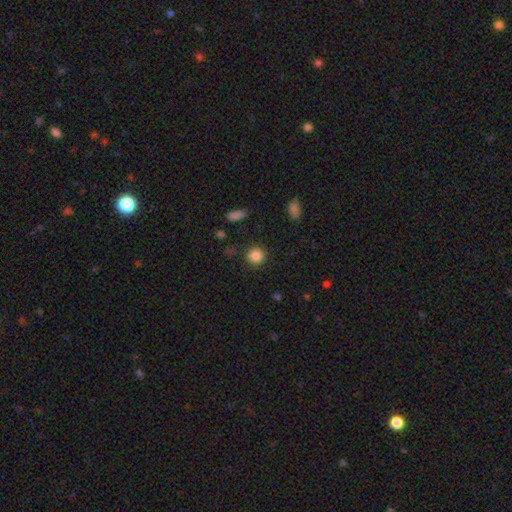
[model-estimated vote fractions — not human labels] Q: Smooth or featured?
A: smooth (85%); runner-up: star or artifact (10%)
Q: How rounded?
A: round (92%); runner-up: in between (7%)
Q: Merging?
A: none (89%); runner-up: minor disturbance (7%)